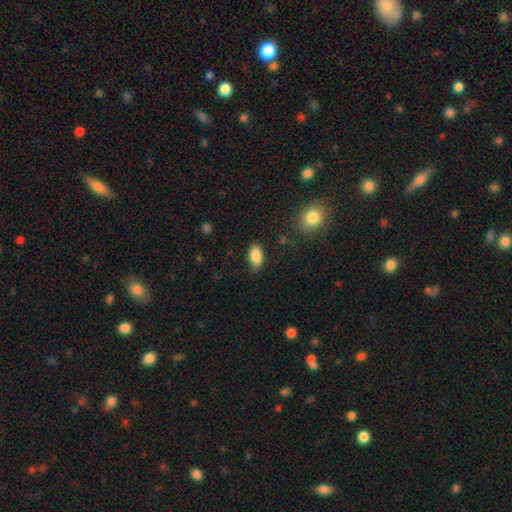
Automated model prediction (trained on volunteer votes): smooth 87%, star or artifact 8%, featured or disk 5%. Down the decision tree: how rounded — in between (92%); merging — none (81%).